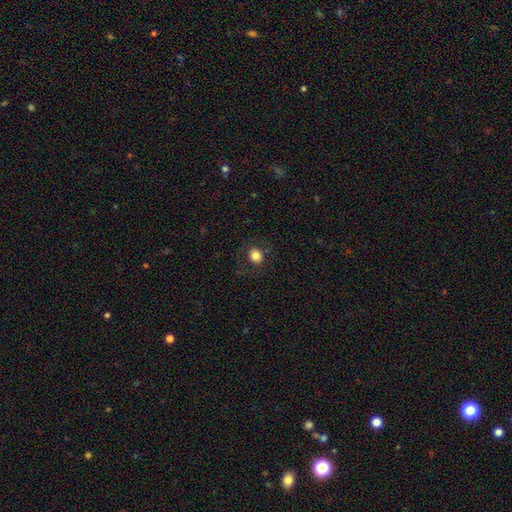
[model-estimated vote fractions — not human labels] Smooth or featured? smooth (79%)
How rounded? round (81%)
Merging? none (84%)